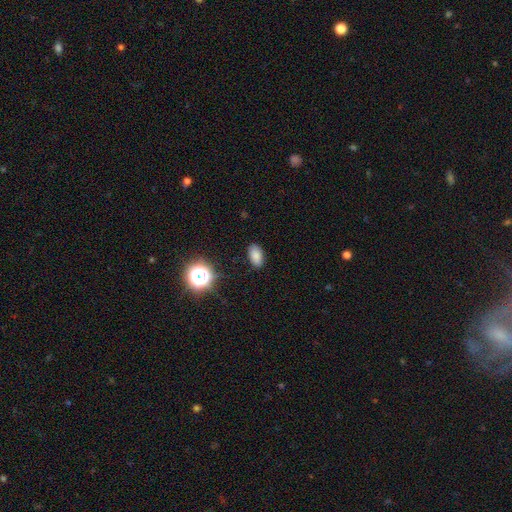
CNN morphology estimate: type=smooth (81%); roundness=in between (91%); merging=none (85%).